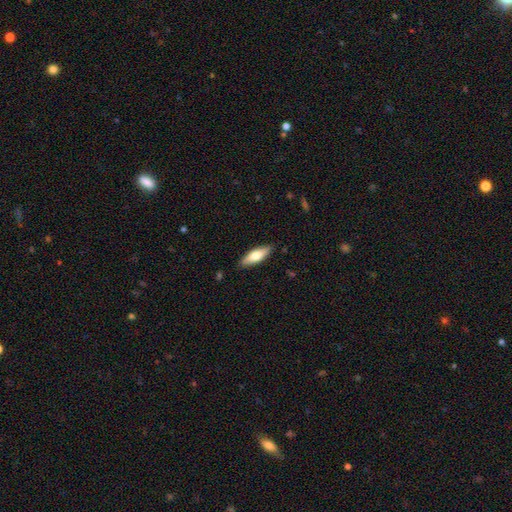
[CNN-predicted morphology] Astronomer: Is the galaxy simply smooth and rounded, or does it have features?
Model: smooth — 67%.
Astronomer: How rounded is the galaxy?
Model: in between — 55% (runner-up: cigar-shaped, 43%).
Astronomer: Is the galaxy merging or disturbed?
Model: none — 86%.